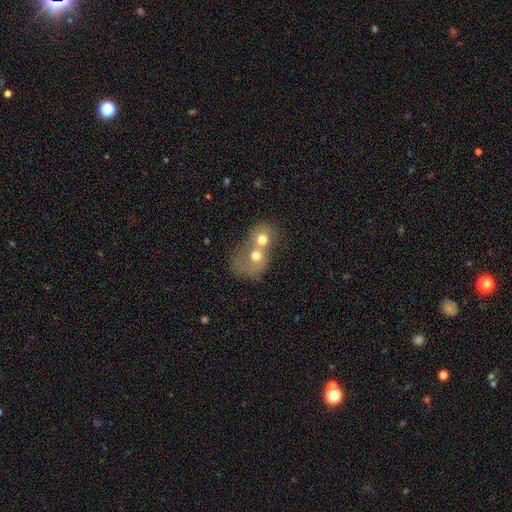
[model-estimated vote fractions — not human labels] The model was most divided on "how rounded": round: 63%, in between: 36%, cigar-shaped: 1%. More confident: merging — merger (80%); smooth or featured — smooth (61%).